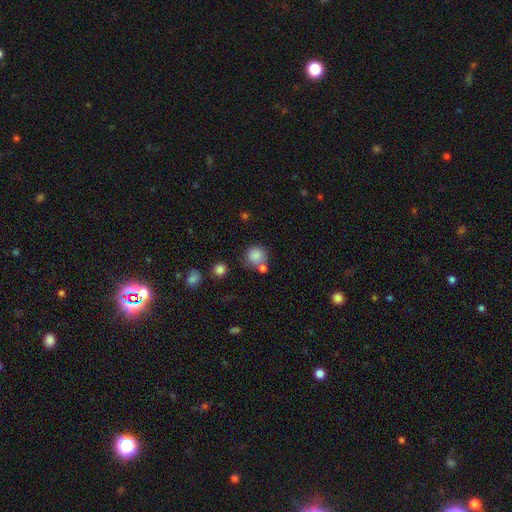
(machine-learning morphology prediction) smooth-or-featured: smooth: 84% | star or artifact: 10% | featured or disk: 6%
  how-rounded: round: 89% | in between: 10% | cigar-shaped: 1%
  merging: none: 62% | merger: 19% | minor disturbance: 14% | major disturbance: 5%